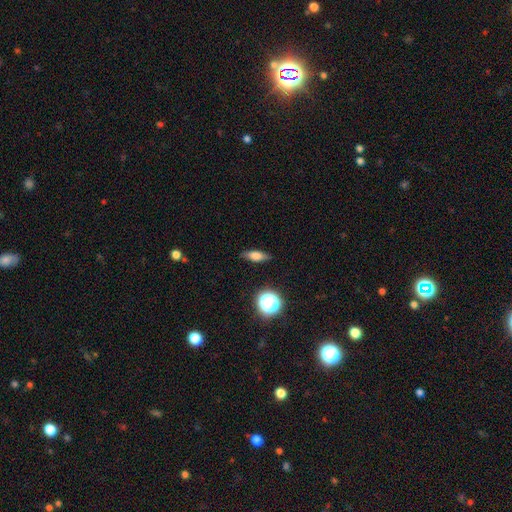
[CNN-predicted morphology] Q: Smooth or featured?
A: smooth (65%); runner-up: featured or disk (24%)
Q: How rounded?
A: in between (54%); runner-up: cigar-shaped (36%)
Q: Merging?
A: none (85%); runner-up: minor disturbance (11%)